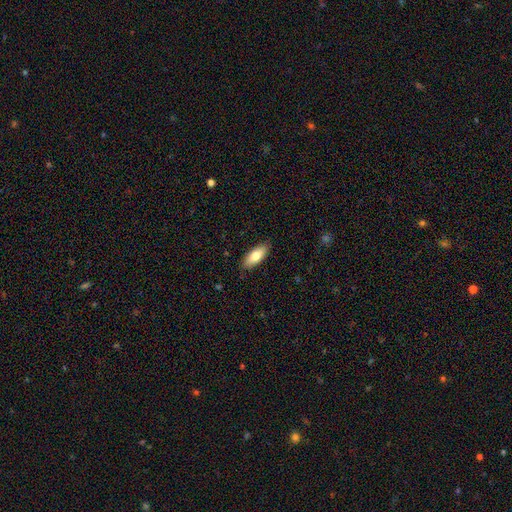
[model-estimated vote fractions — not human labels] A smooth galaxy with no disk features (76%) that is in between round and cigar-shaped (78%).

Vote fractions:
- Smooth or featured? smooth: 76% / featured or disk: 18% / star or artifact: 6%
- How rounded? in between: 78% / cigar-shaped: 20% / round: 2%
- Merging? none: 87% / minor disturbance: 11% / major disturbance: 2% / merger: 1%